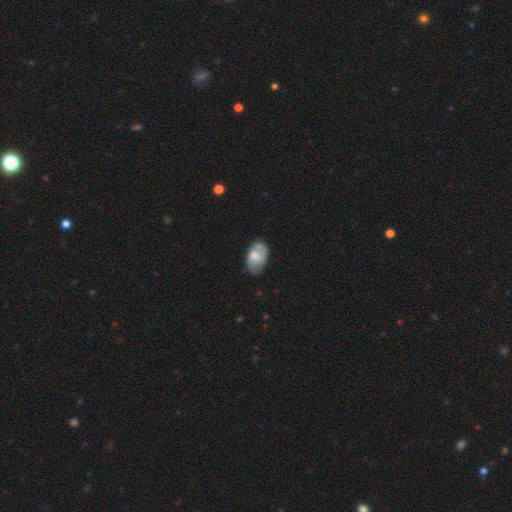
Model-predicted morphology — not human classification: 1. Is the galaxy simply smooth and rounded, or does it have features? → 70% smooth, 23% featured or disk, 6% star or artifact.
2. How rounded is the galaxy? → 92% in between, 7% round, 1% cigar-shaped.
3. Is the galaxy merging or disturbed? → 71% none, 22% minor disturbance, 5% major disturbance, 2% merger.